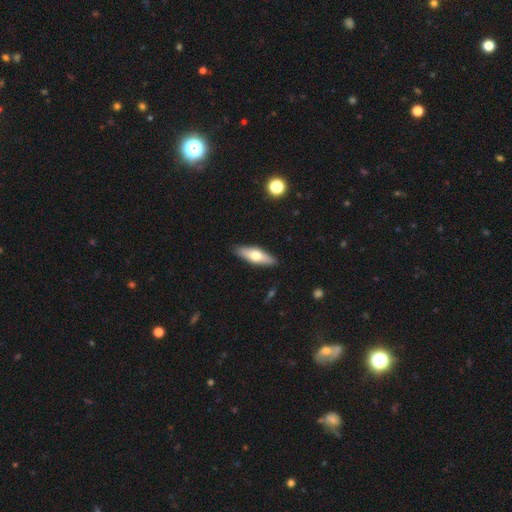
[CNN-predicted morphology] Q: Smooth or featured?
A: smooth (57%); runner-up: featured or disk (37%)
Q: How rounded?
A: in between (50%); runner-up: cigar-shaped (47%)
Q: Merging?
A: none (89%); runner-up: minor disturbance (8%)